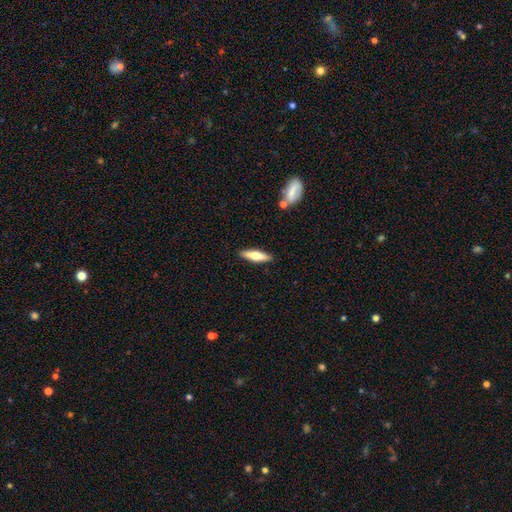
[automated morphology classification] smooth-or-featured: smooth: 57% | featured or disk: 38% | star or artifact: 6%
  how-rounded: cigar-shaped: 66% | in between: 32% | round: 2%
  merging: none: 88% | minor disturbance: 8% | merger: 2% | major disturbance: 2%